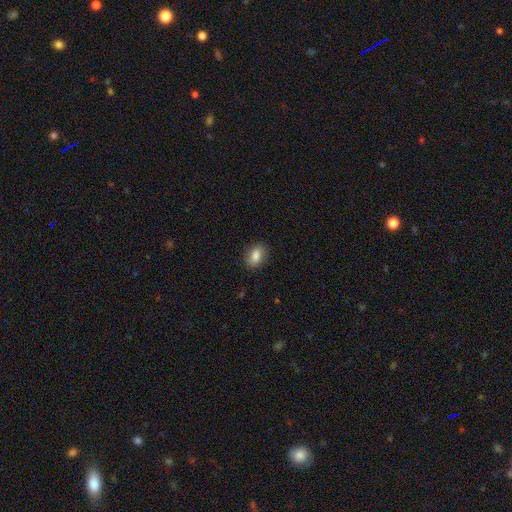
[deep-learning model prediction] Smooth or featured?
  - smooth: 85% *
  - star or artifact: 8%
  - featured or disk: 6%
How rounded?
  - in between: 81% *
  - round: 17%
  - cigar-shaped: 2%
Merging?
  - none: 87% *
  - minor disturbance: 10%
  - major disturbance: 2%
  - merger: 1%